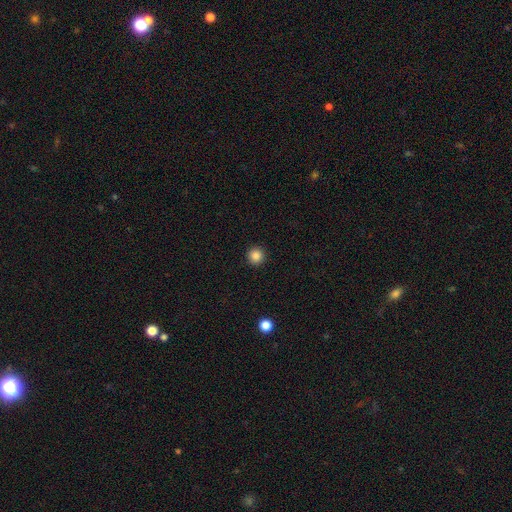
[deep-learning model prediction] smooth 86%, star or artifact 11%, featured or disk 4%. Down the decision tree: how rounded — round (96%); merging — none (93%).